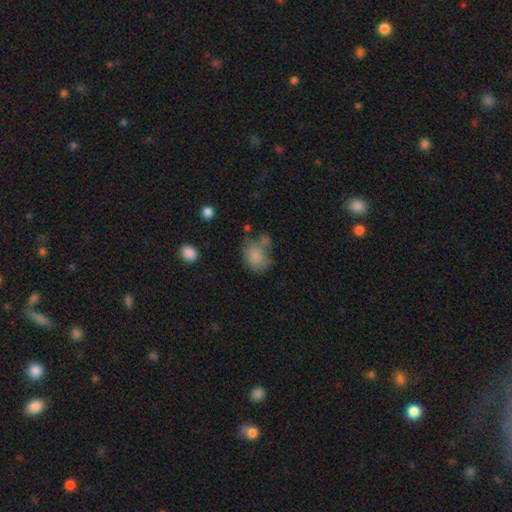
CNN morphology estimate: The model was most divided on "how rounded": in between: 54%, round: 45%, cigar-shaped: 1%. Remaining: smooth or featured — smooth (79%); merging — none (41%).